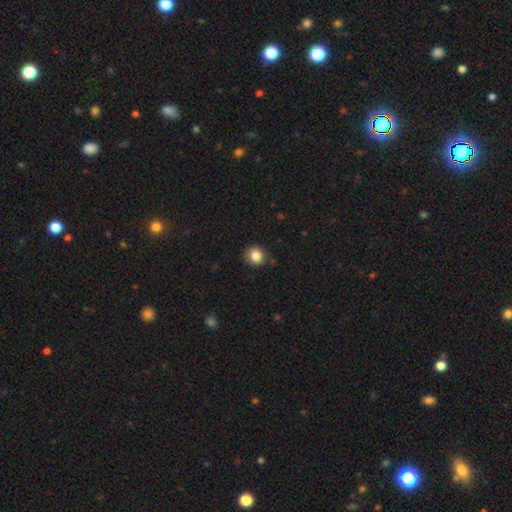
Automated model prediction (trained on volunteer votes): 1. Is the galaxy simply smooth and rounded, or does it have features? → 84% smooth, 10% star or artifact, 6% featured or disk.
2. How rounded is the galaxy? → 84% round, 15% in between, 1% cigar-shaped.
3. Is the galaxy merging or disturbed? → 83% none, 12% minor disturbance, 2% major disturbance, 2% merger.